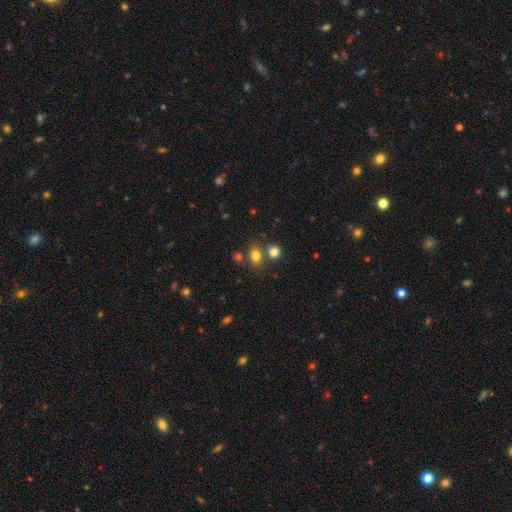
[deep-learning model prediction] Q: Smooth or featured?
A: smooth (77%); runner-up: star or artifact (14%)
Q: How rounded?
A: in between (60%); runner-up: round (39%)
Q: Merging?
A: none (63%); runner-up: merger (22%)